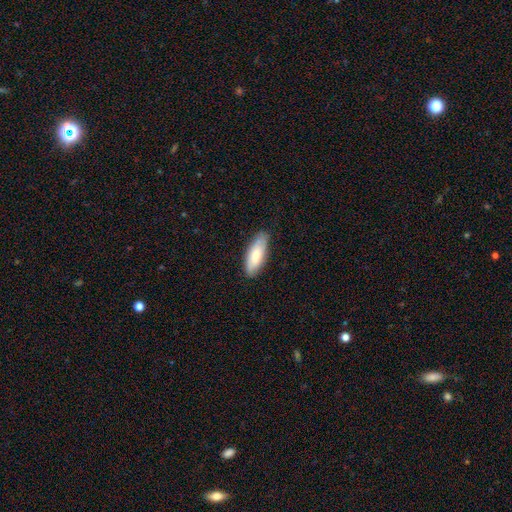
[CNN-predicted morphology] smooth 73%, featured or disk 22%, star or artifact 6%. Down the decision tree: how rounded — in between (68%); merging — none (83%).